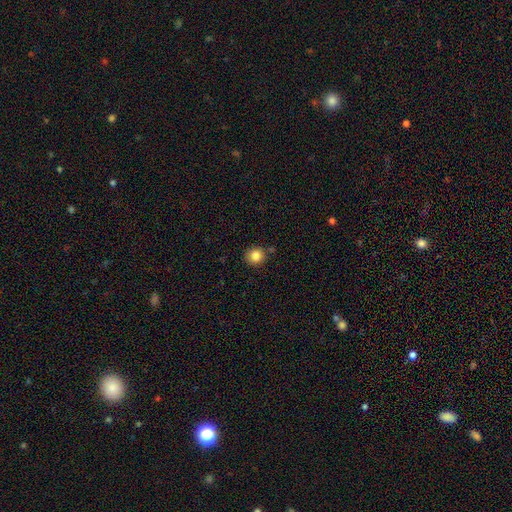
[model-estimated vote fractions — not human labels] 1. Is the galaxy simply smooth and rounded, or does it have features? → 84% smooth, 10% star or artifact, 5% featured or disk.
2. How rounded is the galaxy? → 87% round, 12% in between, 1% cigar-shaped.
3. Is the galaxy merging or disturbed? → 81% none, 12% minor disturbance, 5% merger, 3% major disturbance.